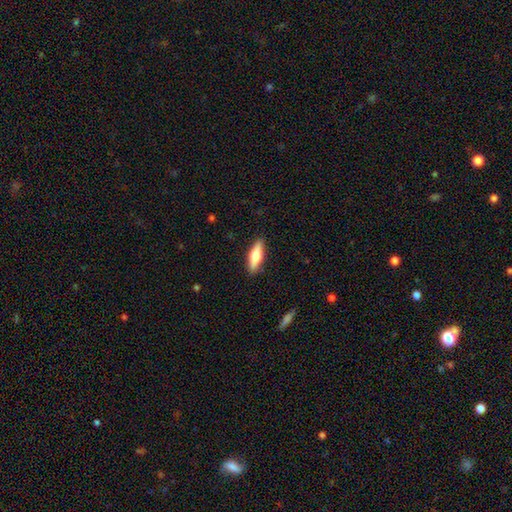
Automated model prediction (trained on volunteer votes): smooth-or-featured: smooth: 61% | featured or disk: 33% | star or artifact: 6%
  how-rounded: cigar-shaped: 50% | in between: 47% | round: 2%
  merging: none: 89% | minor disturbance: 8% | major disturbance: 2% | merger: 1%